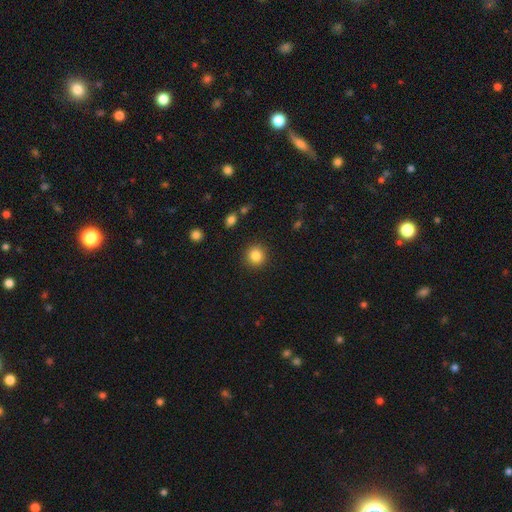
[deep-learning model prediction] Smooth or featured? Predicted: smooth (p=0.85). How rounded? Predicted: round (p=0.92). Merging? Predicted: none (p=0.91).